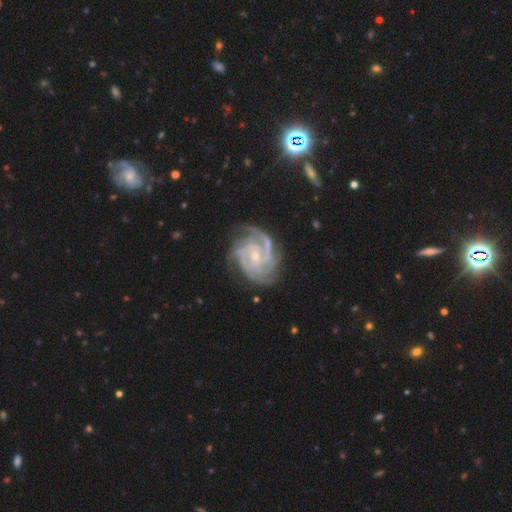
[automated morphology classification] smooth-or-featured: featured or disk: 92% | star or artifact: 5% | smooth: 4%
  disk-edge-on: no: 98% | yes: 2%
    bar: no: 61% | weak: 30% | strong: 9%
    has-spiral-arms: yes: 98% | no: 2%
      spiral-winding: tight: 67% | medium: 29% | loose: 4%
      spiral-arm-count: 4: 33% | 3: 30% | can't tell: 13% | 2: 10% | more than 4: 8% | 1: 6%
    bulge-size: small: 65% | moderate: 32% | none: 2% | large: 1% | dominant: 1%
  merging: none: 74% | minor disturbance: 18% | major disturbance: 7% | merger: 2%